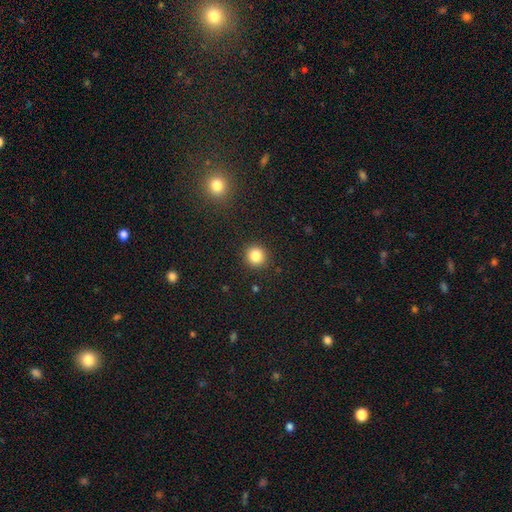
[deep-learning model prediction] Smooth or featured: smooth — 83% (star or artifact — 12%)
How rounded: round — 93% (in between — 6%)
Merging: none — 91% (minor disturbance — 5%)